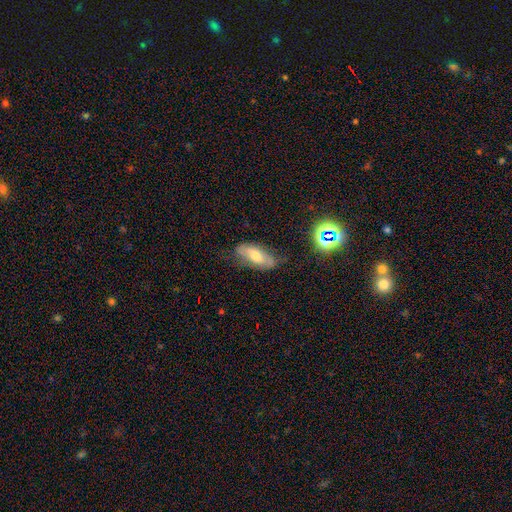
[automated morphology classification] smooth 53%, featured or disk 37%, star or artifact 10%. Down the decision tree: how rounded — in between (79%); merging — none (60%).